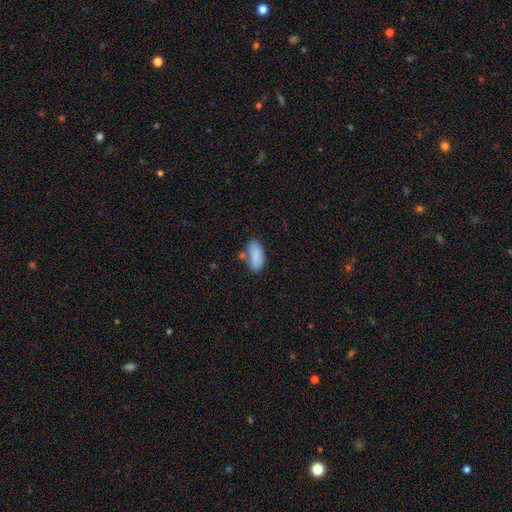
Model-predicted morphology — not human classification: This is clearly a smooth galaxy (86%). How rounded: clearly in between (89%). Merging: likely none (63%).